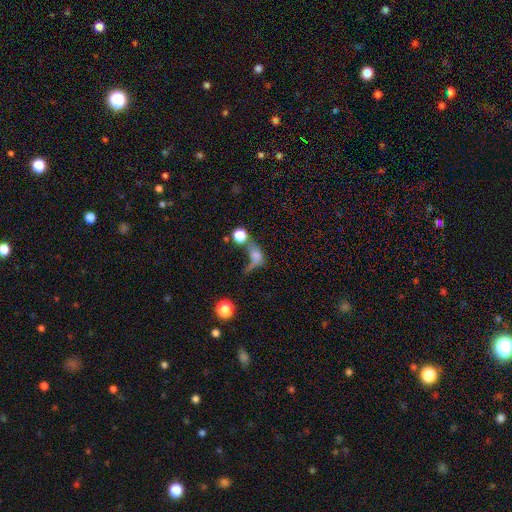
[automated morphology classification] Q: Smooth or featured?
A: smooth (57%); runner-up: featured or disk (26%)
Q: How rounded?
A: in between (59%); runner-up: round (30%)
Q: Merging?
A: major disturbance (34%); runner-up: merger (31%)